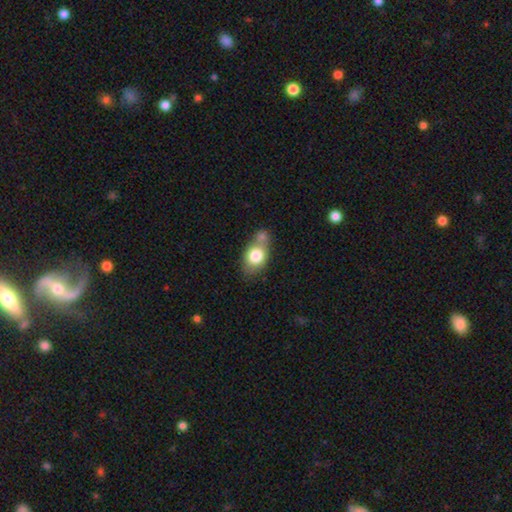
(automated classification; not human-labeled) Overall: smooth (76%). How rounded: in between (70%). Merging: merger (40%; none 38%).